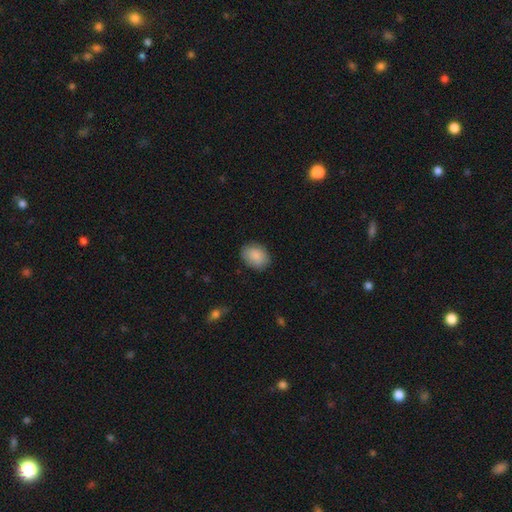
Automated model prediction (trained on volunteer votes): The model was most divided on "how rounded": in between: 66%, round: 33%, cigar-shaped: 1%. More confident: smooth or featured — smooth (88%); merging — none (83%).